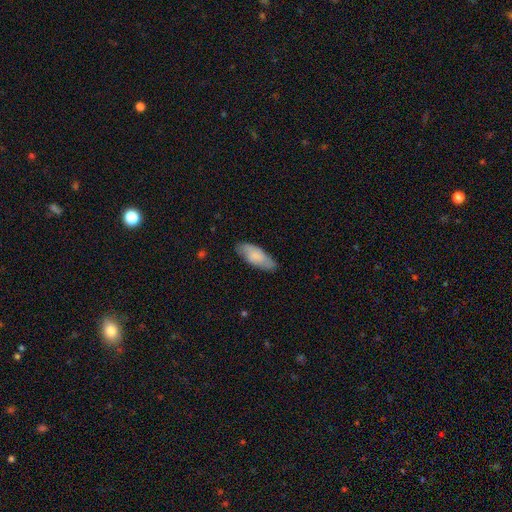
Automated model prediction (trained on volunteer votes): The model was most divided on "how rounded": in between: 75%, cigar-shaped: 23%, round: 2%. More confident: merging — none (78%); smooth or featured — smooth (77%).